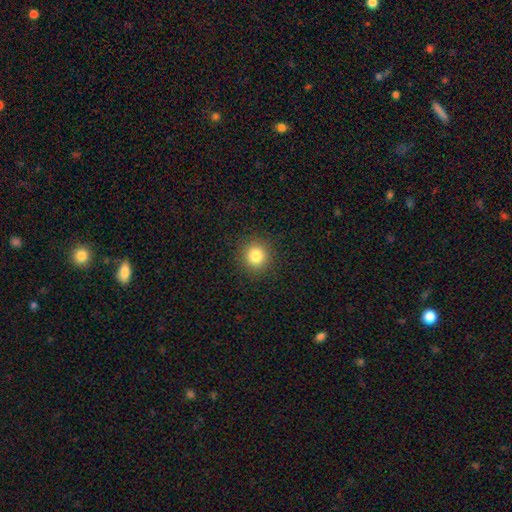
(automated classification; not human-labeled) Smooth or featured?
  - smooth: 83% *
  - star or artifact: 12%
  - featured or disk: 6%
How rounded?
  - round: 92% *
  - in between: 7%
  - cigar-shaped: 1%
Merging?
  - none: 91% *
  - minor disturbance: 6%
  - major disturbance: 2%
  - merger: 1%